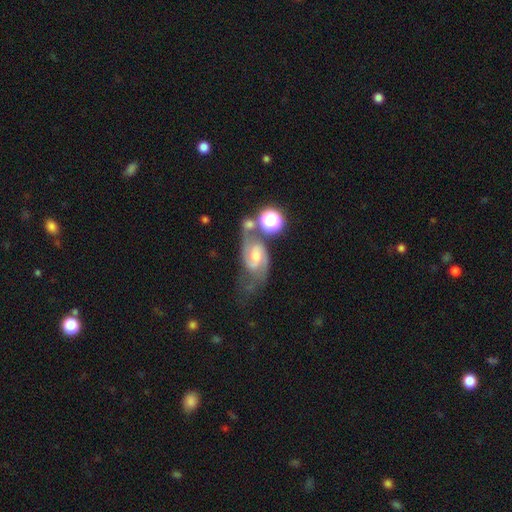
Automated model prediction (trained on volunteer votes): Smooth or featured? Predicted: featured or disk (p=0.82). Edge-on disk? Predicted: no (p=0.96). Bar? Predicted: weak (p=0.51). Spiral arms? Predicted: yes (p=0.96). Spiral winding? Predicted: medium (p=0.53). Spiral arm count? Predicted: 2 (p=0.88). Bulge size? Predicted: moderate (p=0.47). Merging? Predicted: none (p=0.50).